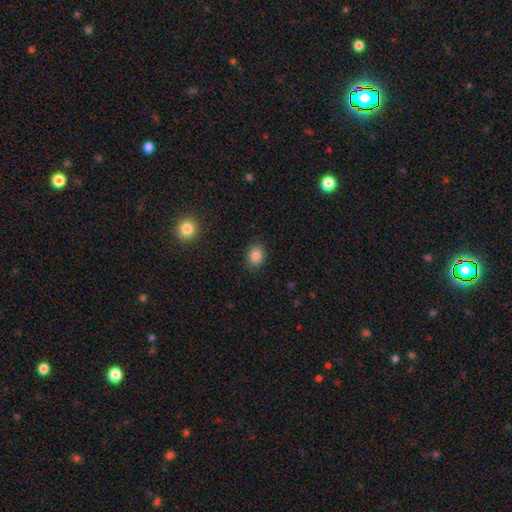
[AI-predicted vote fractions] Smooth or featured? Predicted: smooth (p=0.84). How rounded? Predicted: round (p=0.67). Merging? Predicted: none (p=0.89).